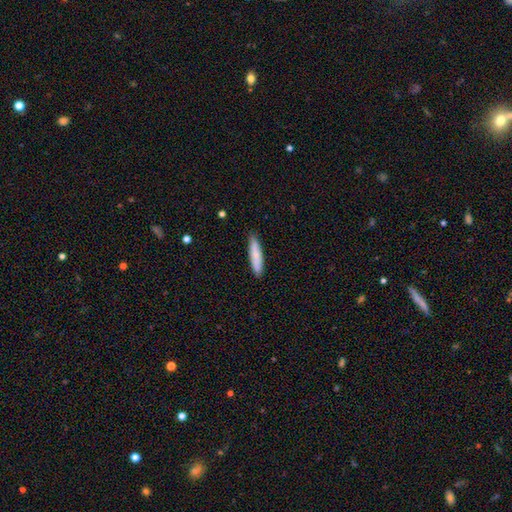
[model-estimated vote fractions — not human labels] Smooth or featured? smooth (76%)
How rounded? cigar-shaped (82%)
Merging? none (87%)